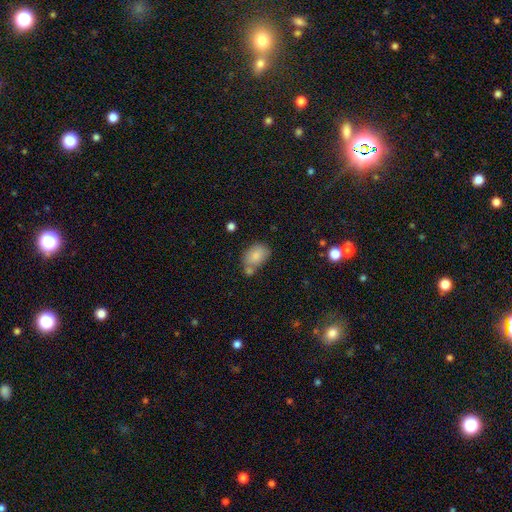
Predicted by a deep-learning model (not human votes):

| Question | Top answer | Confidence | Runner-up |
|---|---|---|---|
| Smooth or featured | smooth | 83% | featured or disk (10%) |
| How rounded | in between | 84% | round (15%) |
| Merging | none | 48% | merger (25%) |